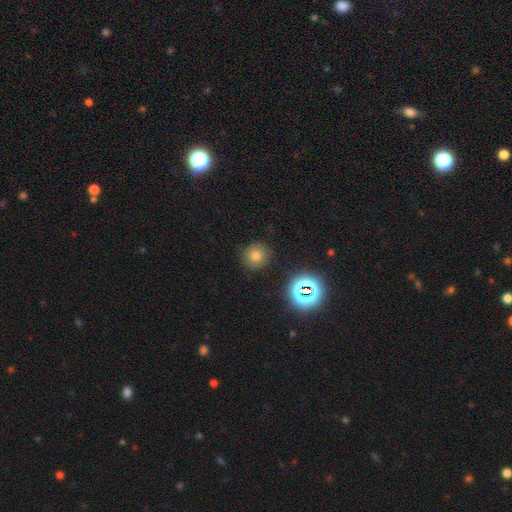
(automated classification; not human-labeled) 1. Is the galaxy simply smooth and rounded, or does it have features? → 70% smooth, 20% star or artifact, 9% featured or disk.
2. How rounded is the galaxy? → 89% round, 10% in between, 1% cigar-shaped.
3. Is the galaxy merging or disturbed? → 87% none, 9% minor disturbance, 3% major disturbance, 2% merger.